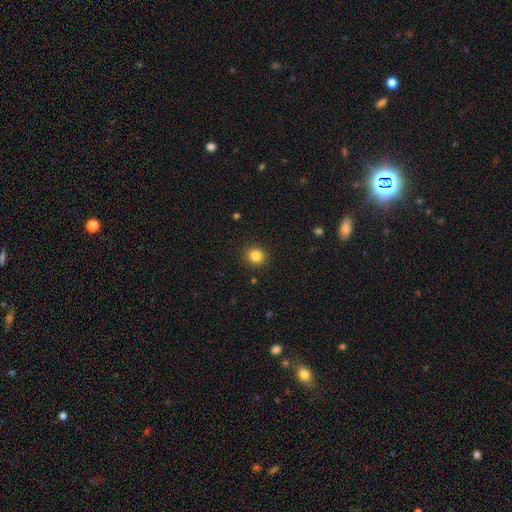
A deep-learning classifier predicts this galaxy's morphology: The model was most divided on "how rounded": round: 85%, in between: 14%, cigar-shaped: 1%. More confident: merging — none (91%); smooth or featured — smooth (84%).